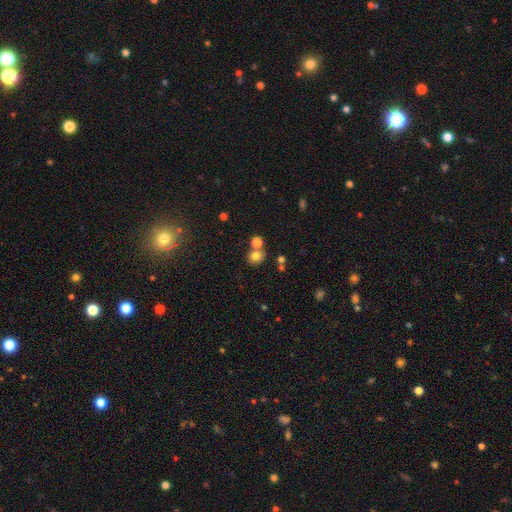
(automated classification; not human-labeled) Smooth or featured?
  - smooth: 77% *
  - star or artifact: 15%
  - featured or disk: 8%
How rounded?
  - round: 80% *
  - in between: 19%
  - cigar-shaped: 1%
Merging?
  - none: 65% *
  - merger: 23%
  - minor disturbance: 9%
  - major disturbance: 4%